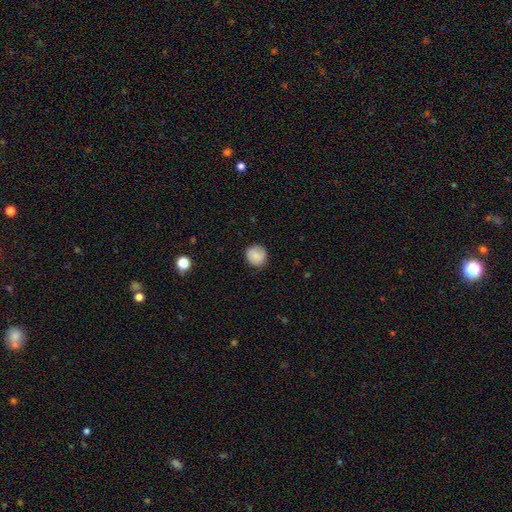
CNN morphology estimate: type=smooth (79%); roundness=round (91%); merging=none (87%).